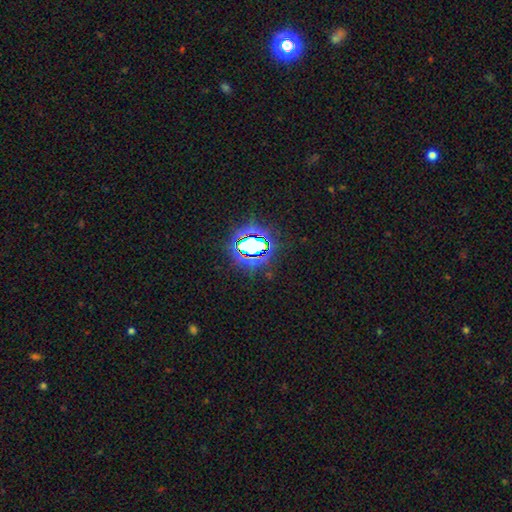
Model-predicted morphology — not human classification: A star or artifact, not a galaxy (79%).